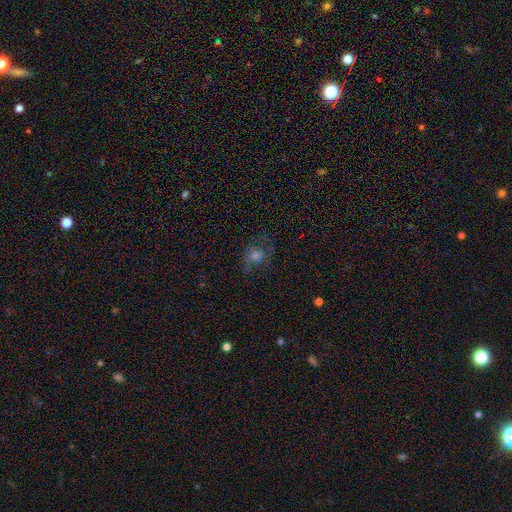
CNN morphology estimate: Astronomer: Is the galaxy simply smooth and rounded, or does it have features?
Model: smooth — 46% (runner-up: featured or disk, 33%).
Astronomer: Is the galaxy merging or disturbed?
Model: none — 58%.